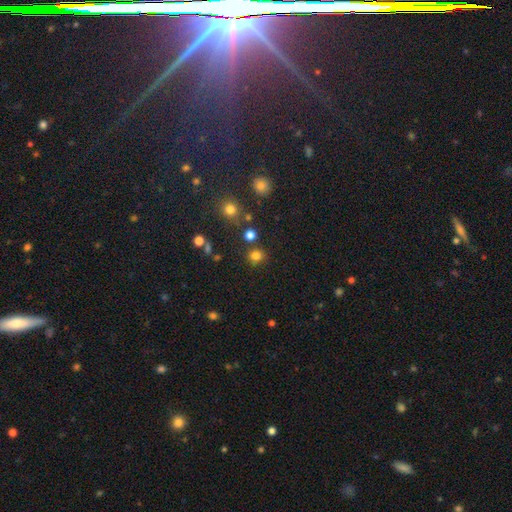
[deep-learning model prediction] Smooth or featured: smooth — 79% (star or artifact — 16%)
How rounded: round — 87% (in between — 12%)
Merging: none — 84% (minor disturbance — 8%)